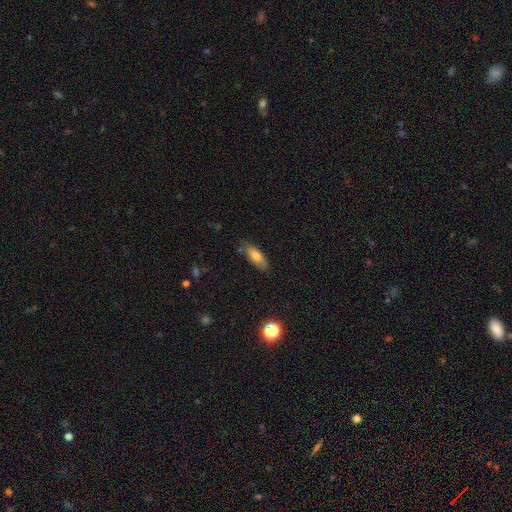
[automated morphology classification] Smooth or featured?
  - smooth: 74% *
  - featured or disk: 19%
  - star or artifact: 7%
How rounded?
  - in between: 74% *
  - cigar-shaped: 24%
  - round: 2%
Merging?
  - none: 76% *
  - minor disturbance: 18%
  - major disturbance: 3%
  - merger: 3%